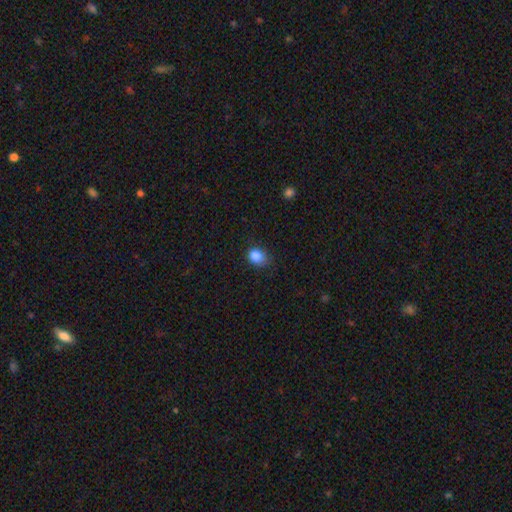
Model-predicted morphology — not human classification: type=smooth (86%); roundness=in between (52%); merging=none (58%).